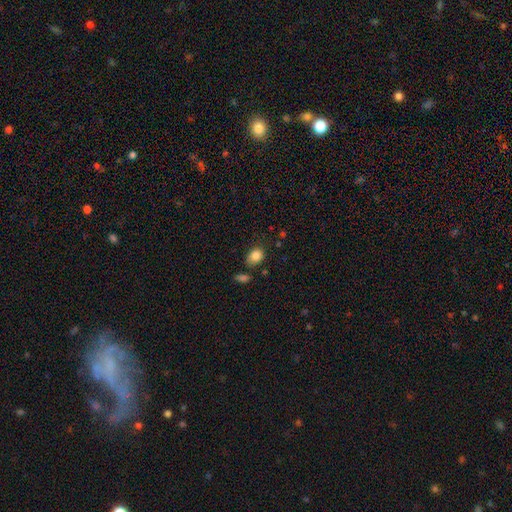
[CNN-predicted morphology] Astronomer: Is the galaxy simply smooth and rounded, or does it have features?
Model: smooth — 85%.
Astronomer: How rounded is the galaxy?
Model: in between — 63%.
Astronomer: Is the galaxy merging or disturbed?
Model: none — 70%.